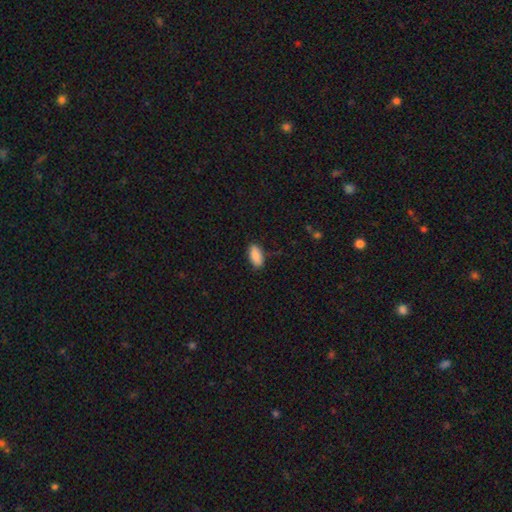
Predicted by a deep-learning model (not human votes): The model was most divided on "merging": none: 84%, minor disturbance: 12%, major disturbance: 2%, merger: 1%. More confident: how rounded — in between (91%); smooth or featured — smooth (89%).